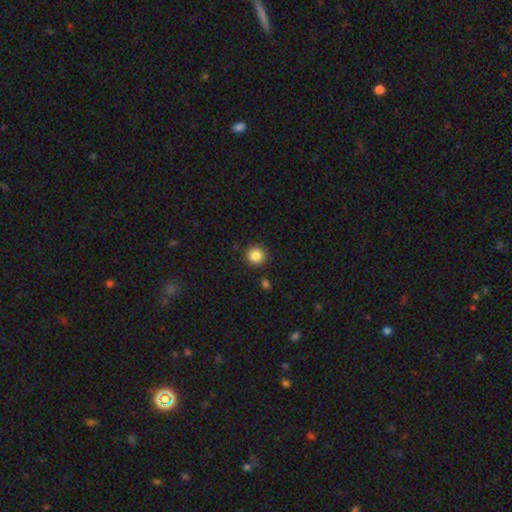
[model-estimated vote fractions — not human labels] Smooth or featured? Predicted: smooth (p=0.85). How rounded? Predicted: round (p=0.94). Merging? Predicted: none (p=0.90).